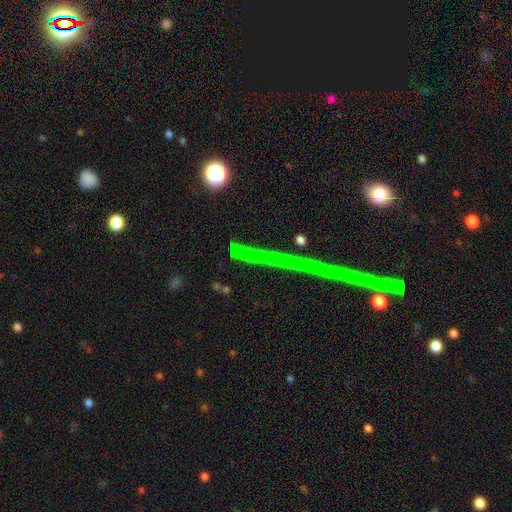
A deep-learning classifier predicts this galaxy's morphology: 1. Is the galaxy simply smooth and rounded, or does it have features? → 70% star or artifact, 17% featured or disk, 13% smooth.